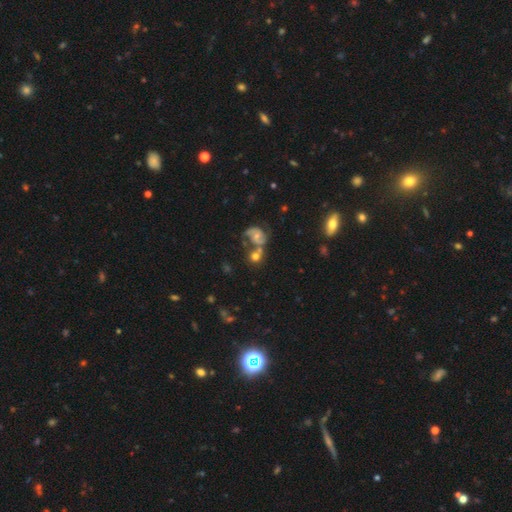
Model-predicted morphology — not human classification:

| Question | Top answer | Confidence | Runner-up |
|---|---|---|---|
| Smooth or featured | smooth | 48% | featured or disk (36%) |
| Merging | none | 46% | merger (32%) |